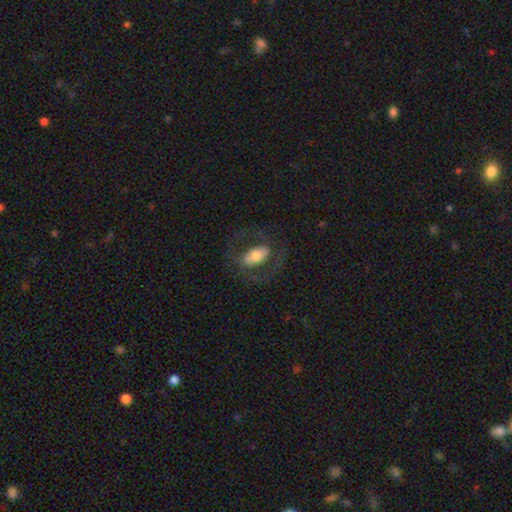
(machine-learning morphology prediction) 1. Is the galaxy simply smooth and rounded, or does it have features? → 48% smooth, 45% featured or disk, 6% star or artifact.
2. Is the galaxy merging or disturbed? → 69% none, 16% major disturbance, 14% minor disturbance, 1% merger.